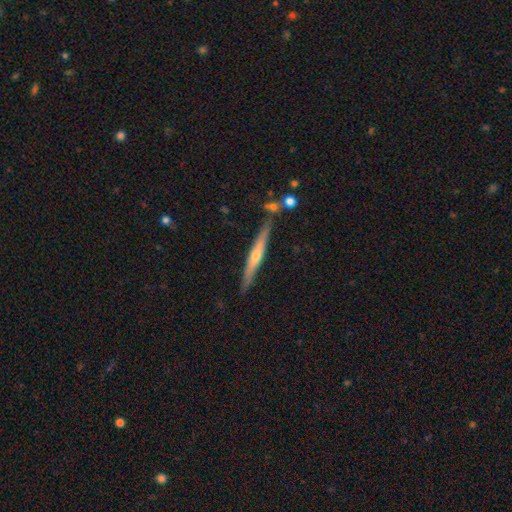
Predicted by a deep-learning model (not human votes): Smooth or featured?
  - featured or disk: 73% *
  - smooth: 21%
  - star or artifact: 7%
Edge-on disk?
  - yes: 97% *
  - no: 3%
Edge-on bulge?
  - rounded: 77% *
  - none: 18%
  - boxy: 5%
Merging?
  - none: 85% *
  - minor disturbance: 9%
  - merger: 4%
  - major disturbance: 2%